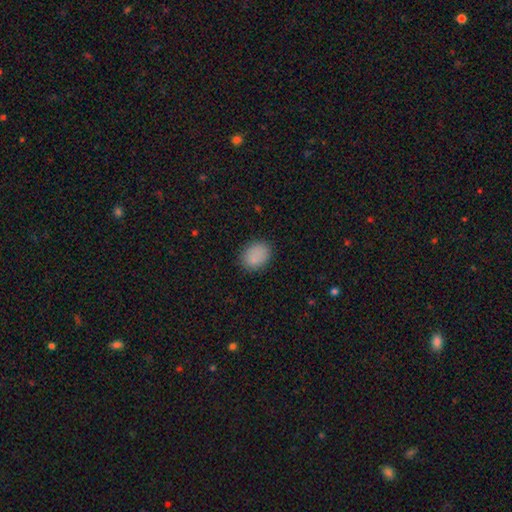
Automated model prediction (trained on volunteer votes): smooth_or_featured: smooth (p=0.86) [alt: star or artifact p=0.09]
how_rounded: in between (p=0.55) [alt: round p=0.44]
merging: none (p=0.84) [alt: minor disturbance p=0.12]